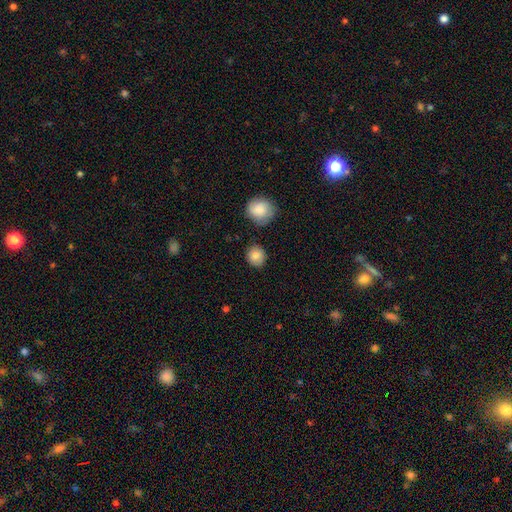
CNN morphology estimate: A smooth galaxy with no disk features (86%) that is round (81%).

Vote fractions:
- Smooth or featured? smooth: 86% / star or artifact: 8% / featured or disk: 6%
- How rounded? round: 81% / in between: 18% / cigar-shaped: 1%
- Merging? none: 80% / minor disturbance: 13% / merger: 4% / major disturbance: 3%